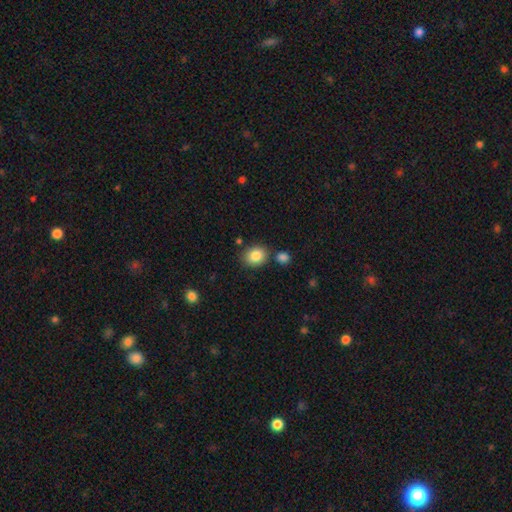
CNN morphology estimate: smooth 86%, star or artifact 8%, featured or disk 6%. Down the decision tree: how rounded — round (55%); merging — none (74%).